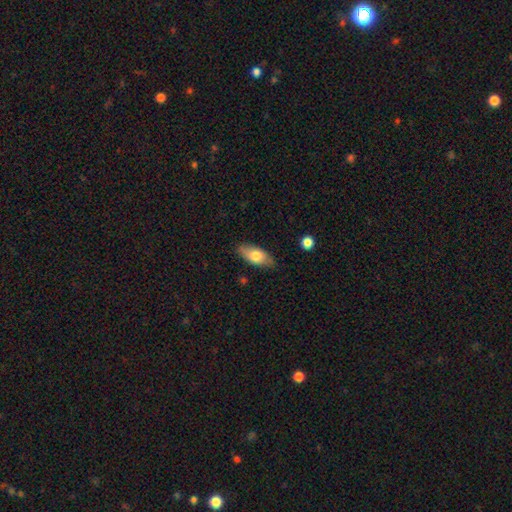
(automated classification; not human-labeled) A smooth galaxy with no disk features (71%) that is in between round and cigar-shaped (85%).

Vote fractions:
- Smooth or featured? smooth: 71% / featured or disk: 22% / star or artifact: 6%
- How rounded? in between: 85% / cigar-shaped: 12% / round: 3%
- Merging? none: 82% / minor disturbance: 14% / major disturbance: 3% / merger: 1%